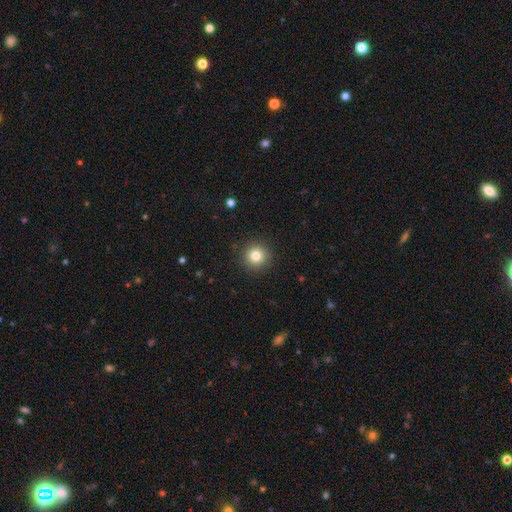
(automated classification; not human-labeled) smooth-or-featured: smooth: 81% | star or artifact: 12% | featured or disk: 7%
  how-rounded: round: 95% | in between: 4% | cigar-shaped: 1%
  merging: none: 92% | minor disturbance: 5% | major disturbance: 2% | merger: 1%